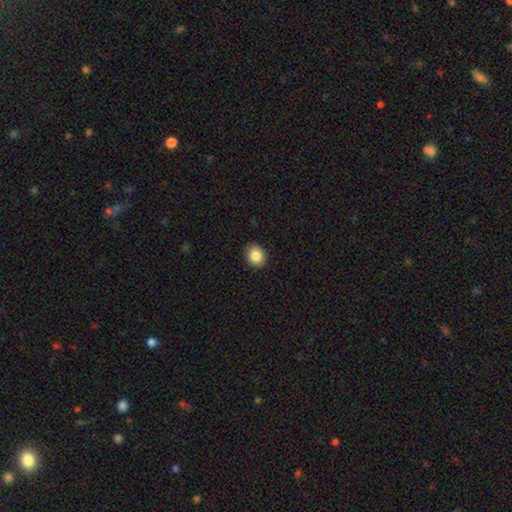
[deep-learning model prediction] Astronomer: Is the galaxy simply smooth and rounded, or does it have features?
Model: smooth — 86%.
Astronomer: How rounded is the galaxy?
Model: round — 66%.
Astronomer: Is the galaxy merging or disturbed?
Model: none — 90%.